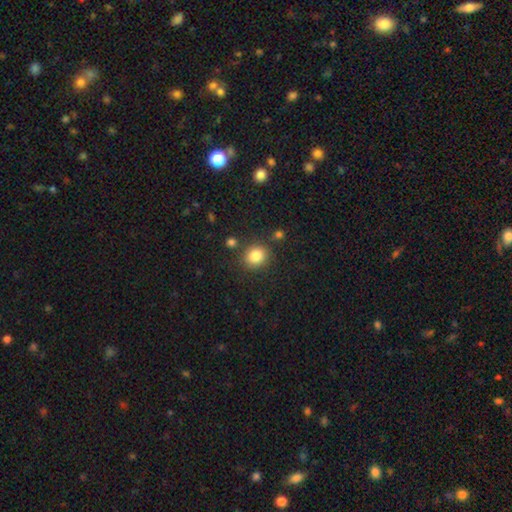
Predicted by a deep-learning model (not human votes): Smooth or featured? smooth (83%)
How rounded? round (79%)
Merging? none (82%)